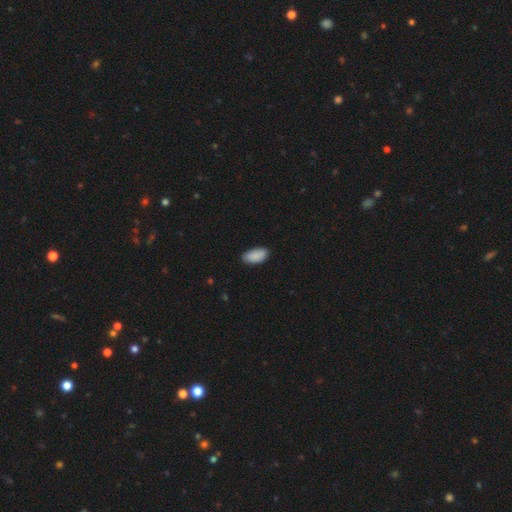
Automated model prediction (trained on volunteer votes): A smooth galaxy with no disk features (89%) that is in between round and cigar-shaped (95%). Merging: none (83%).